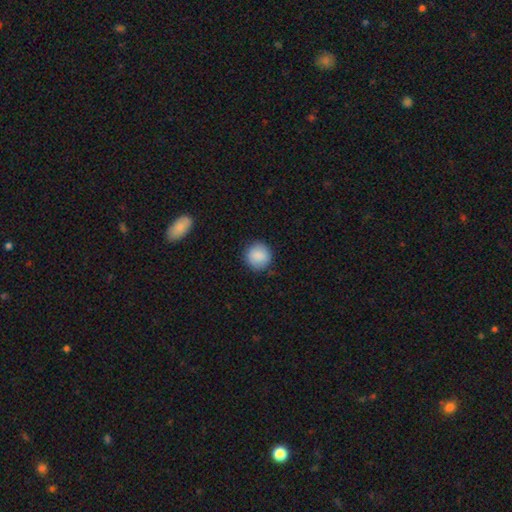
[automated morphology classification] Smooth or featured? Predicted: smooth (p=0.88). How rounded? Predicted: round (p=0.93). Merging? Predicted: none (p=0.87).